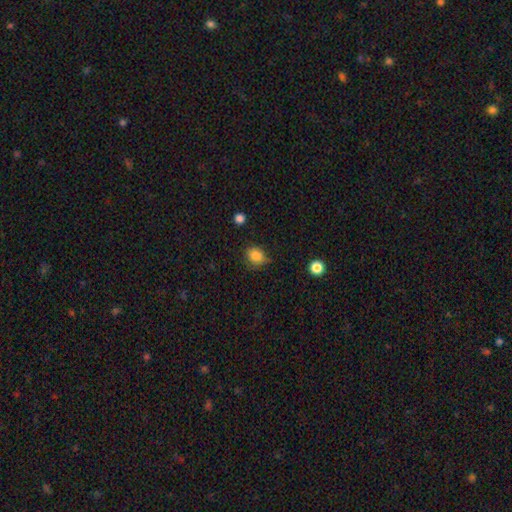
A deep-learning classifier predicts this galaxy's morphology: Overall: smooth (85%). How rounded: round (69%; in between 30%). Merging: none (70%).